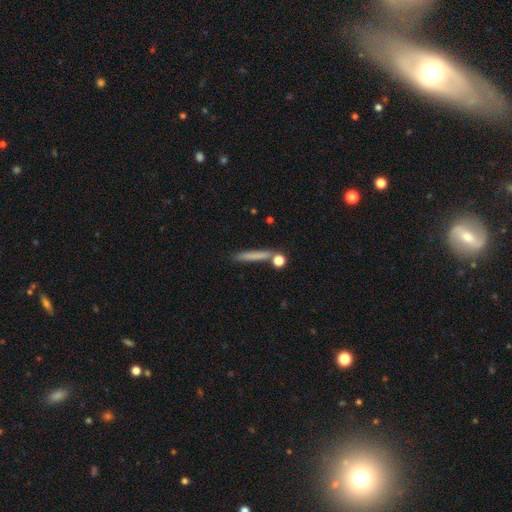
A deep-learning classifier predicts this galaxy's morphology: A smooth galaxy with no disk features (70%) that is cigar-shaped (91%). Merging: none (77%).